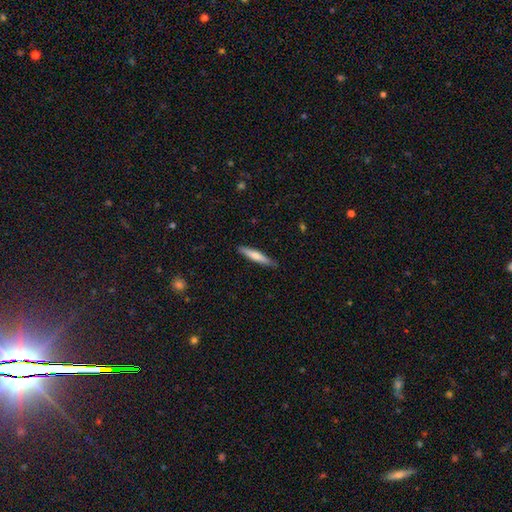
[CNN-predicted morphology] This is likely a smooth galaxy (65%). How rounded: clearly cigar-shaped (91%). Merging: clearly none (89%).